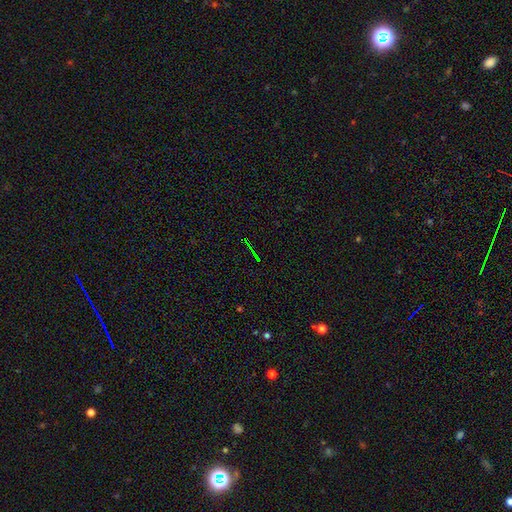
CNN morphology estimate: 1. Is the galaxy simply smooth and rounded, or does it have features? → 76% star or artifact, 12% featured or disk, 12% smooth.